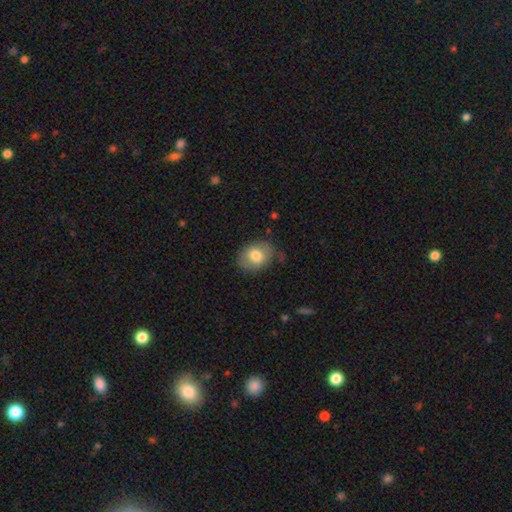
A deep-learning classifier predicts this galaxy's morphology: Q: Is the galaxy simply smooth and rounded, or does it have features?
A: smooth — 76%.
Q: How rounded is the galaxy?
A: in between — 58%.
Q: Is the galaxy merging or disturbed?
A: none — 69%.